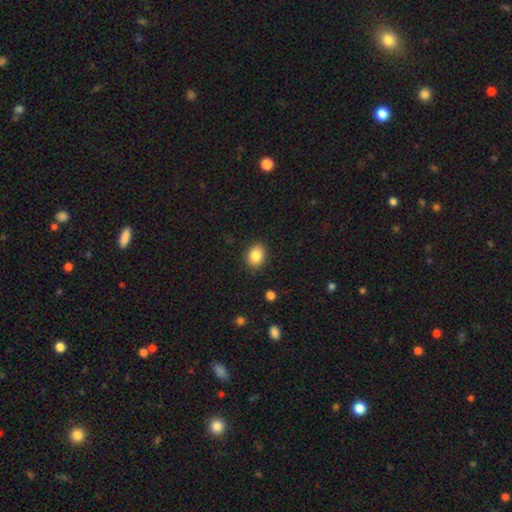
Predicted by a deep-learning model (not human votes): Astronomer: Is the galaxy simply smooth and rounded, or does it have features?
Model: smooth — 85%.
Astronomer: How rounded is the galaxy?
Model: in between — 52% (runner-up: round, 47%).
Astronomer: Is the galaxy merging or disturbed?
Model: none — 89%.